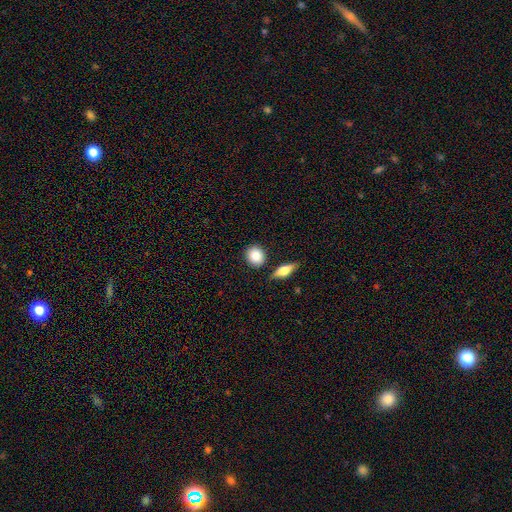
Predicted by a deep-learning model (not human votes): Morphology: type=smooth (86%); roundness=round (71%); merging=none (83%).